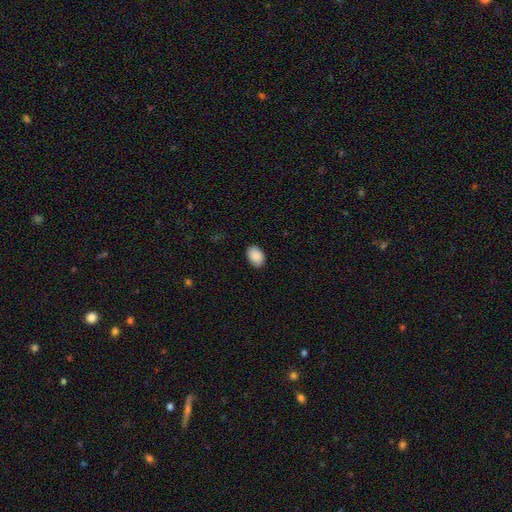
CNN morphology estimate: smooth 90%, star or artifact 7%, featured or disk 3%. Down the decision tree: how rounded — in between (83%); merging — none (88%).